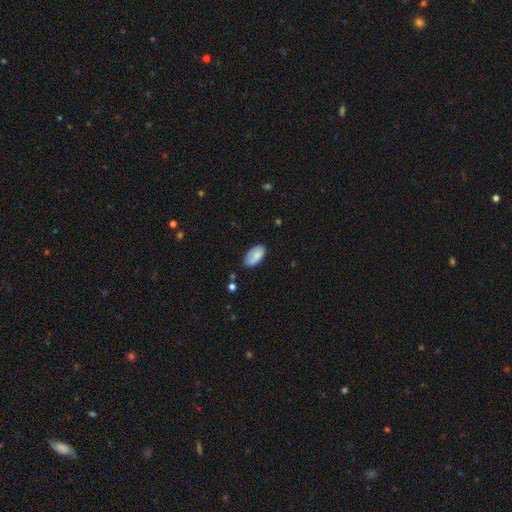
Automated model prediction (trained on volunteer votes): Overall: smooth (80%). How rounded: in between (95%). Merging: none (65%; minor disturbance 28%).